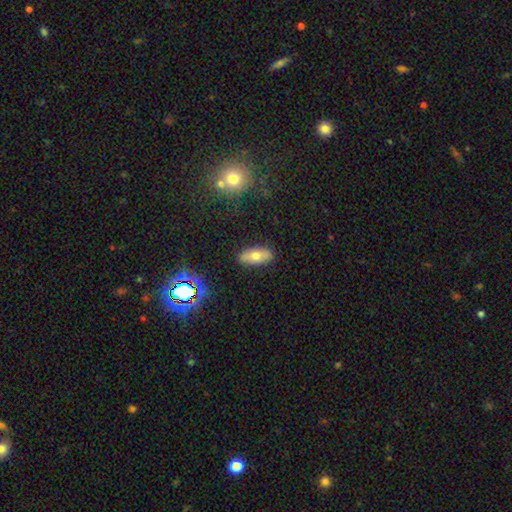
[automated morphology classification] smooth_or_featured: smooth (p=0.69) [alt: featured or disk p=0.21]
how_rounded: in between (p=0.86) [alt: cigar-shaped p=0.10]
merging: none (p=0.86) [alt: minor disturbance p=0.10]